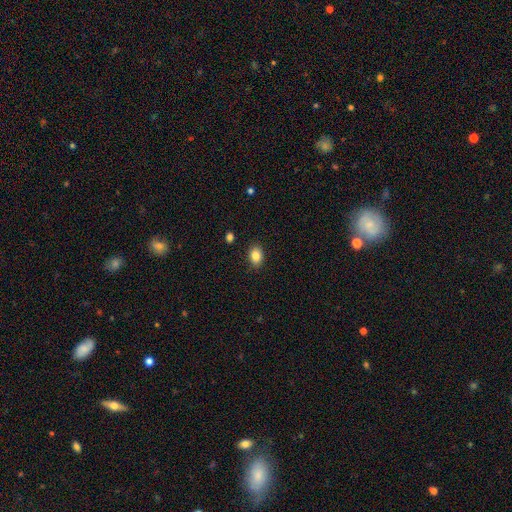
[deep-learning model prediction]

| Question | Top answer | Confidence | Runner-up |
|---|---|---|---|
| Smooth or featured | smooth | 85% | star or artifact (9%) |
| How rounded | in between | 71% | round (28%) |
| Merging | none | 88% | minor disturbance (8%) |